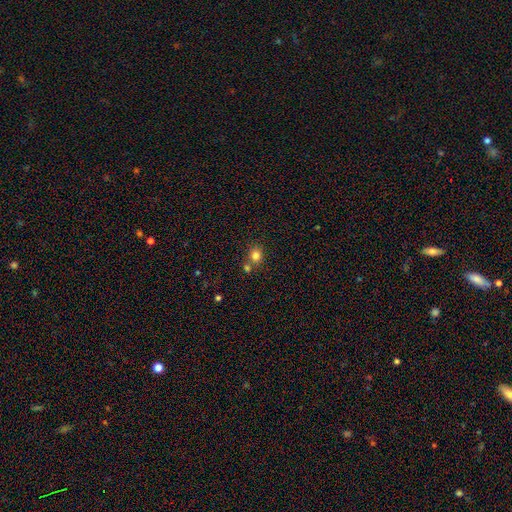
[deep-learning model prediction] A smooth galaxy with no disk features (81%) that is round (76%). Merging: none (64%).